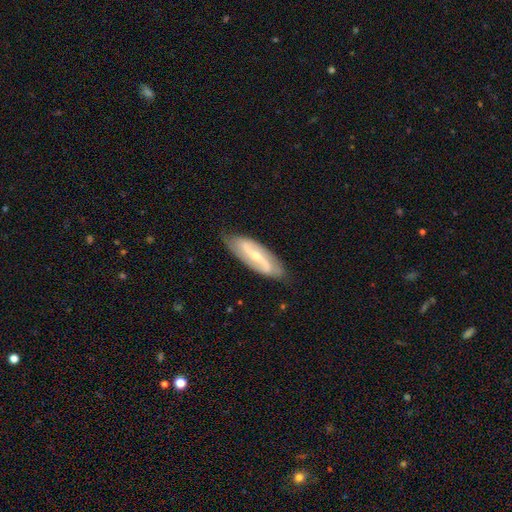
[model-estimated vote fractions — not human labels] featured or disk 81%, smooth 14%, star or artifact 5%. Down the decision tree: edge-on disk — no (88%); bar — strong (56%); spiral arms — yes (91%); spiral arm count — 2 (90%); spiral winding — loose (43%); bulge size — small (67%); merging — none (83%).